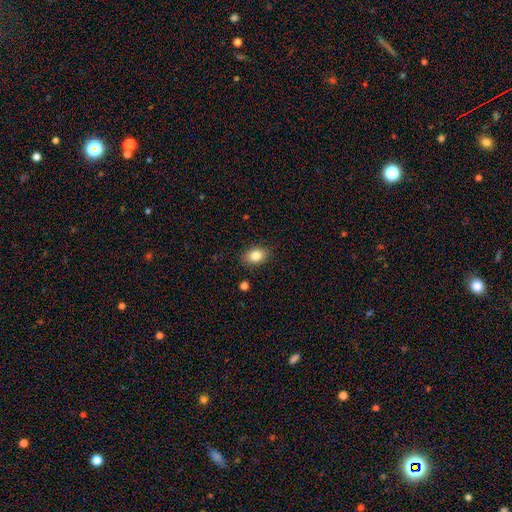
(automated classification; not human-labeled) Smooth or featured: smooth — 84% (star or artifact — 9%)
How rounded: in between — 77% (round — 22%)
Merging: none — 86% (minor disturbance — 10%)